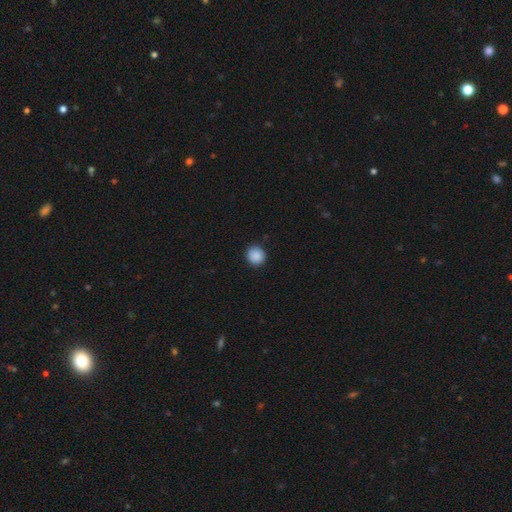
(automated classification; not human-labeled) Smooth or featured?
  - smooth: 89% *
  - star or artifact: 9%
  - featured or disk: 2%
How rounded?
  - round: 92% *
  - in between: 7%
  - cigar-shaped: 1%
Merging?
  - none: 90% *
  - minor disturbance: 7%
  - major disturbance: 2%
  - merger: 1%